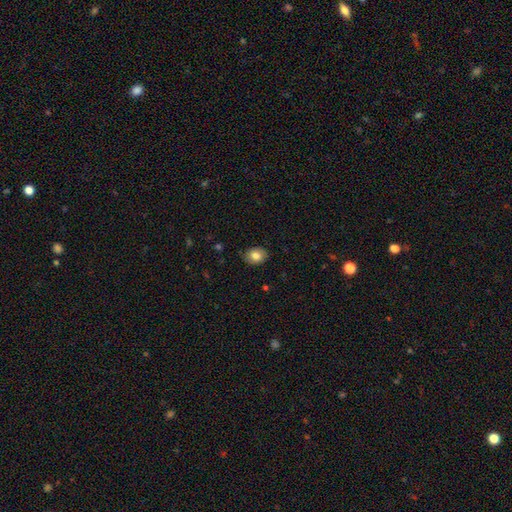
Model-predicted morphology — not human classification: Smooth or featured? Predicted: smooth (p=0.82). How rounded? Predicted: in between (p=0.62). Merging? Predicted: none (p=0.87).